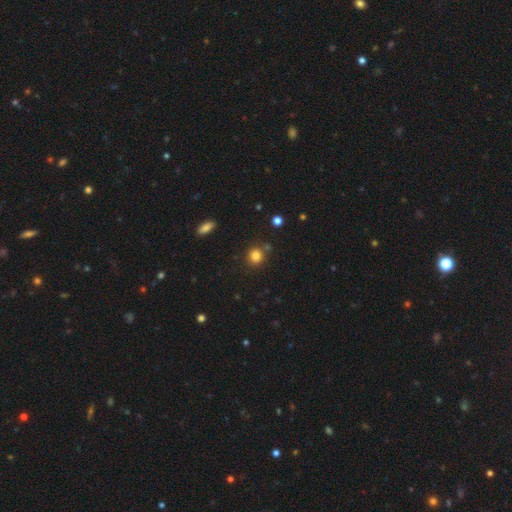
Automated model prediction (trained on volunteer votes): This is clearly a smooth galaxy (83%). How rounded: clearly round (85%). Merging: clearly none (80%).